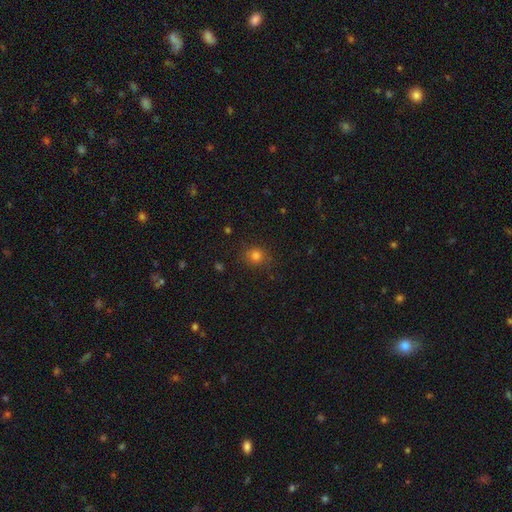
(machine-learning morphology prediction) smooth-or-featured: smooth: 79% | star or artifact: 15% | featured or disk: 6%
  how-rounded: round: 83% | in between: 16% | cigar-shaped: 1%
  merging: none: 84% | minor disturbance: 11% | major disturbance: 3% | merger: 1%